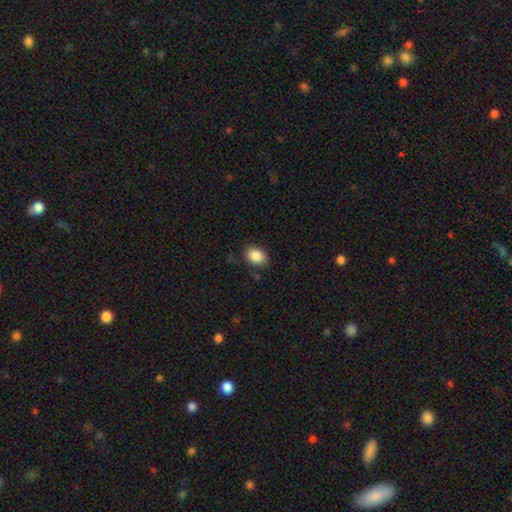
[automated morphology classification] A smooth galaxy with no disk features (88%) that is in between round and cigar-shaped (71%).

Vote fractions:
- Smooth or featured? smooth: 88% / star or artifact: 8% / featured or disk: 4%
- How rounded? in between: 71% / round: 28% / cigar-shaped: 1%
- Merging? none: 84% / minor disturbance: 11% / major disturbance: 3% / merger: 1%